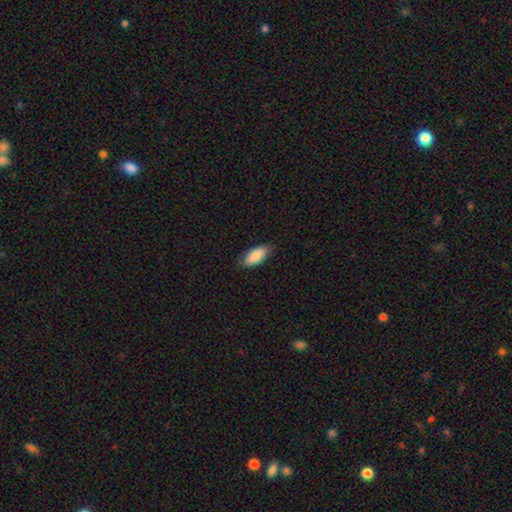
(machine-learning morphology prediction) A smooth galaxy with no disk features (87%) that is in between round and cigar-shaped (85%).

Vote fractions:
- Smooth or featured? smooth: 87% / featured or disk: 7% / star or artifact: 6%
- How rounded? in between: 85% / cigar-shaped: 13% / round: 2%
- Merging? none: 83% / minor disturbance: 14% / major disturbance: 2% / merger: 1%